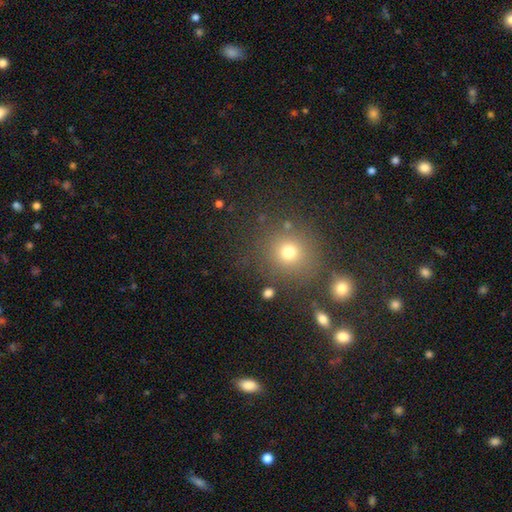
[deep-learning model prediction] Q: Smooth or featured?
A: smooth (57%); runner-up: star or artifact (35%)
Q: How rounded?
A: round (91%); runner-up: in between (8%)
Q: Merging?
A: none (83%); runner-up: minor disturbance (8%)